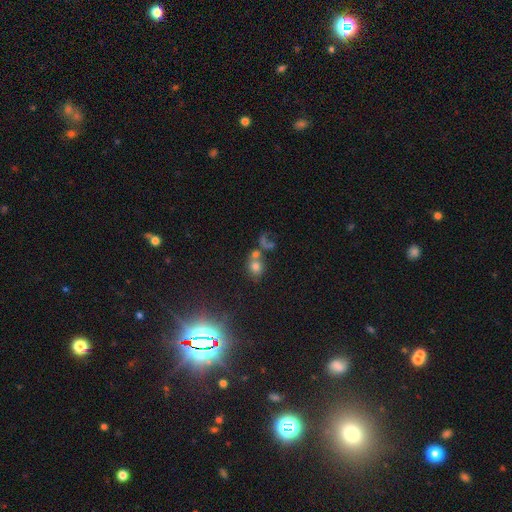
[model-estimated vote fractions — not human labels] A star or artifact, not a galaxy (46%).

Vote fractions:
- Smooth or featured? star or artifact: 46% / smooth: 40% / featured or disk: 13%